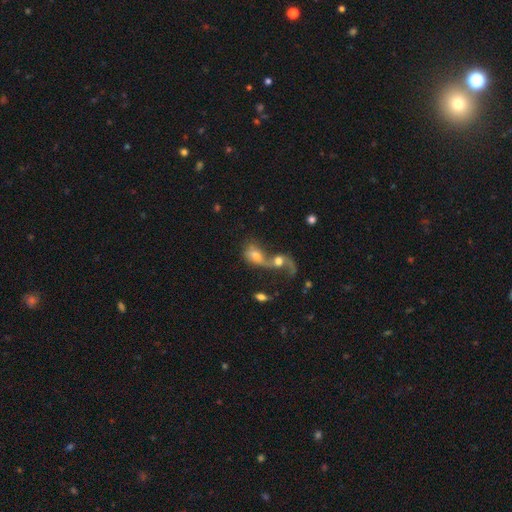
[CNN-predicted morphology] type=smooth (47%); merging=merger (75%).